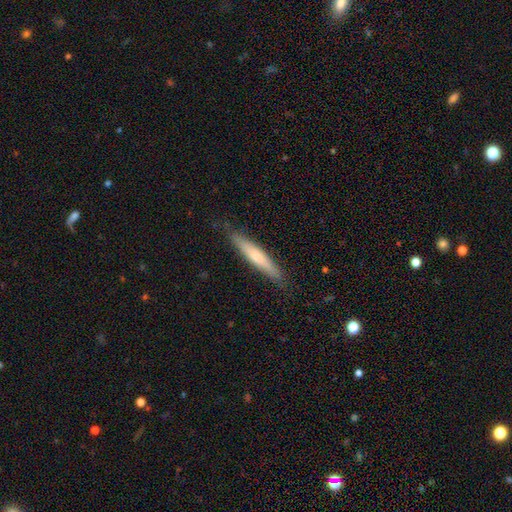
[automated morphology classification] Overall: smooth (58%; featured or disk 36%). How rounded: cigar-shaped (92%). Merging: none (86%).